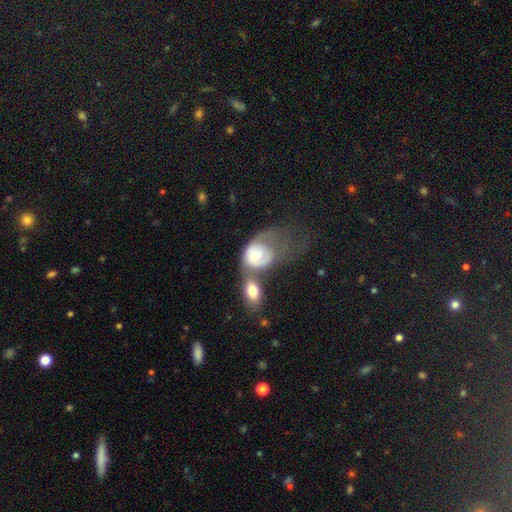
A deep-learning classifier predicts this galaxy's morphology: Smooth or featured? smooth (51%)
How rounded? in between (66%)
Merging? merger (52%)